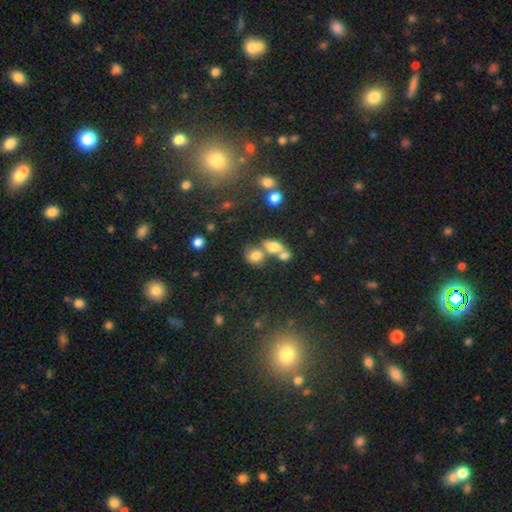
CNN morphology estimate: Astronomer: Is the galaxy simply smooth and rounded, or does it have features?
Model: smooth — 70%.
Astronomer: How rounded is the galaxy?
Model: round — 59% (runner-up: in between, 38%).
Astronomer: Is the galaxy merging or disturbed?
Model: merger — 45% (runner-up: none, 36%).